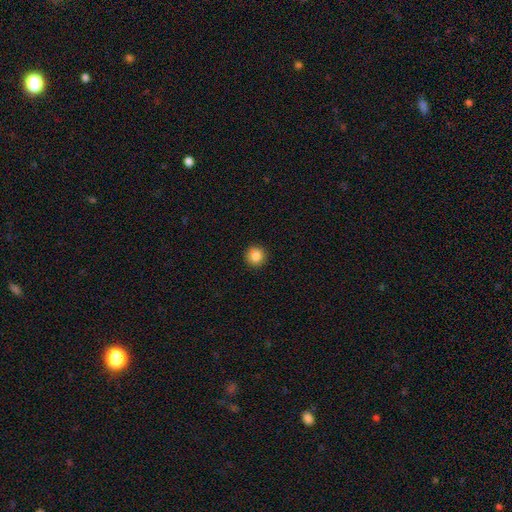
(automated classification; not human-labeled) Smooth or featured? Predicted: smooth (p=0.86). How rounded? Predicted: round (p=0.93). Merging? Predicted: none (p=0.91).